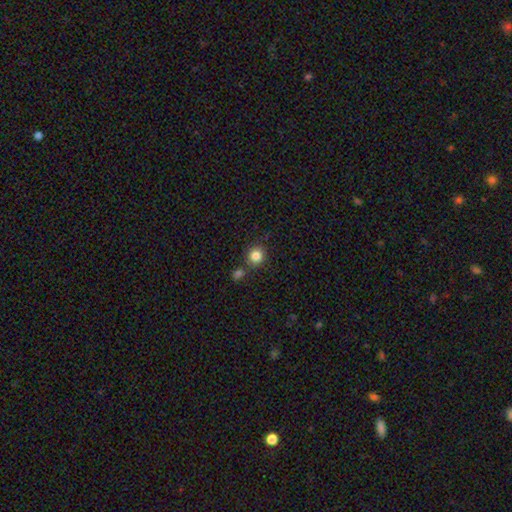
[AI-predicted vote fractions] This is clearly a smooth galaxy (84%). How rounded: clearly round (89%). Merging: likely none (75%).